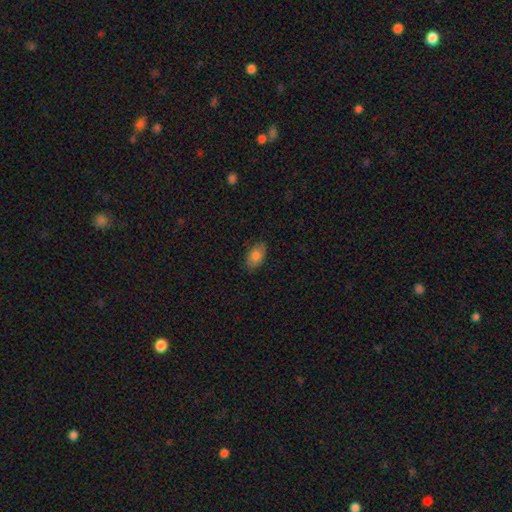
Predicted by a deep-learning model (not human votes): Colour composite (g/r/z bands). It shows a smooth galaxy with no disk features (81%) that is in between round and cigar-shaped (91%). Merging: none (84%).